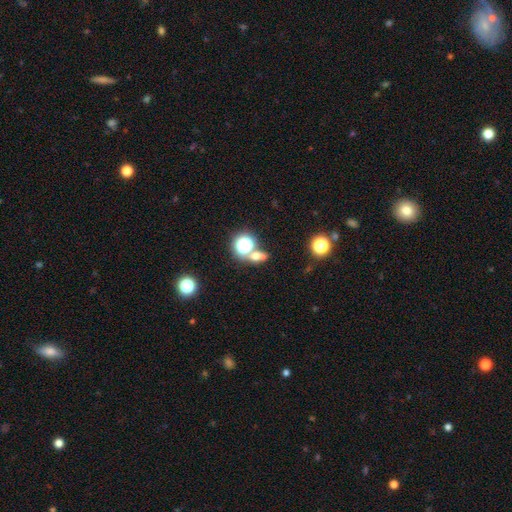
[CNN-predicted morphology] smooth_or_featured: smooth (p=0.50) [alt: star or artifact p=0.34]
merging: none (p=0.56) [alt: merger p=0.29]